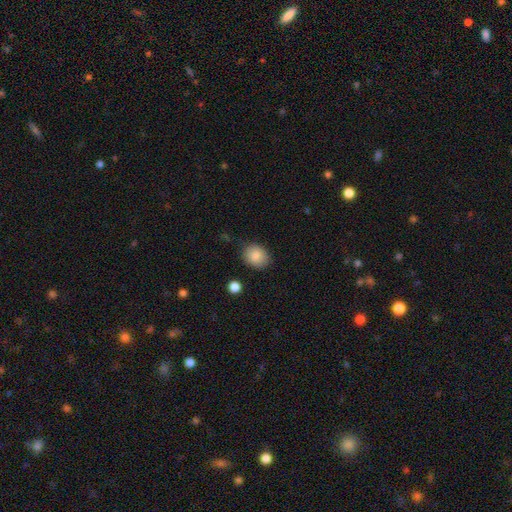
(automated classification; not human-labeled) A smooth galaxy with no disk features (86%) that is round (58%). Merging: none (83%).